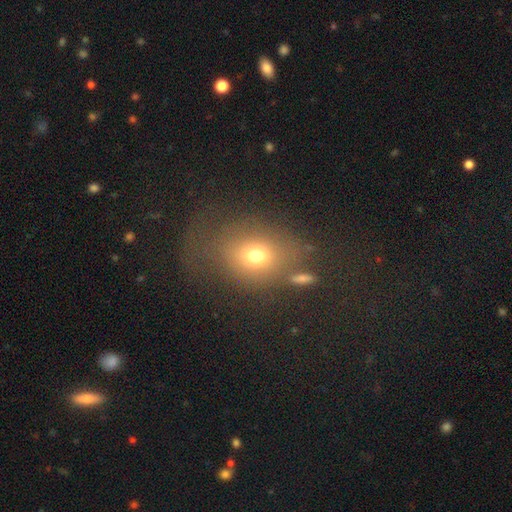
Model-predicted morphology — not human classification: smooth-or-featured: smooth: 68% | featured or disk: 16% | star or artifact: 15%
  how-rounded: in between: 50% | round: 48% | cigar-shaped: 2%
  merging: none: 51% | major disturbance: 21% | minor disturbance: 19% | merger: 9%